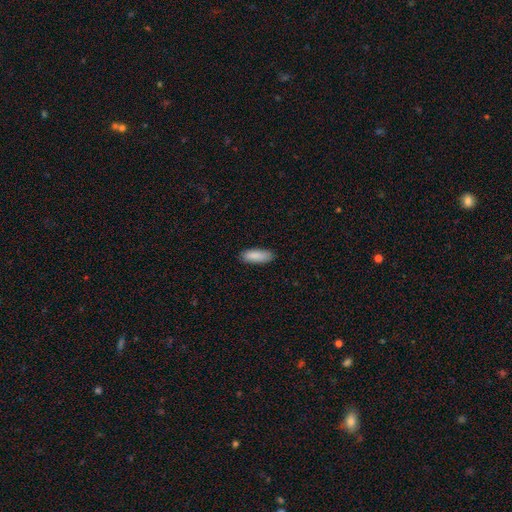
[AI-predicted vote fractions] Smooth or featured? smooth (89%)
How rounded? in between (71%)
Merging? none (85%)